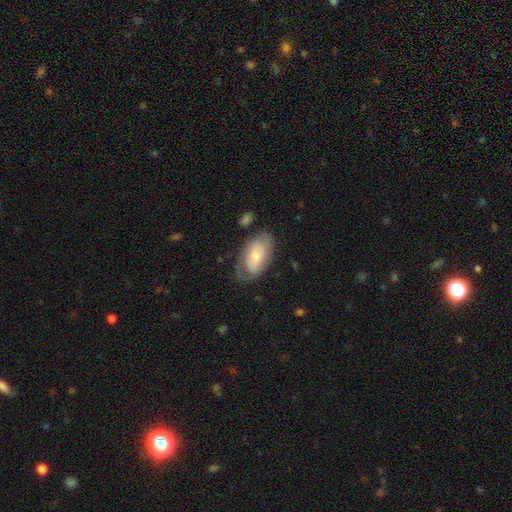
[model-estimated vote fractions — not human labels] A featured or disk galaxy (47%, tied with smooth). Merging: none (55%).